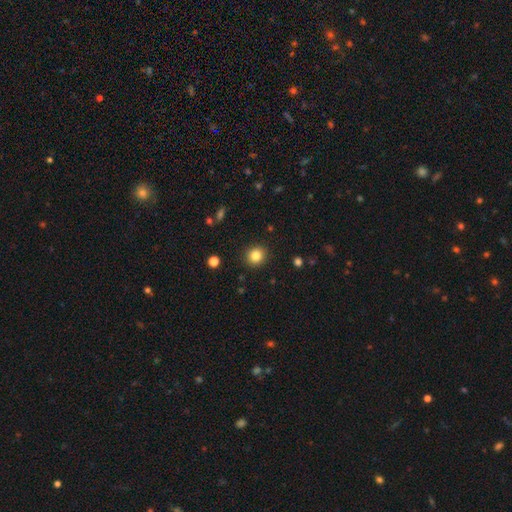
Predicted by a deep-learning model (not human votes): Smooth or featured? Predicted: smooth (p=0.83). How rounded? Predicted: round (p=0.85). Merging? Predicted: none (p=0.90).